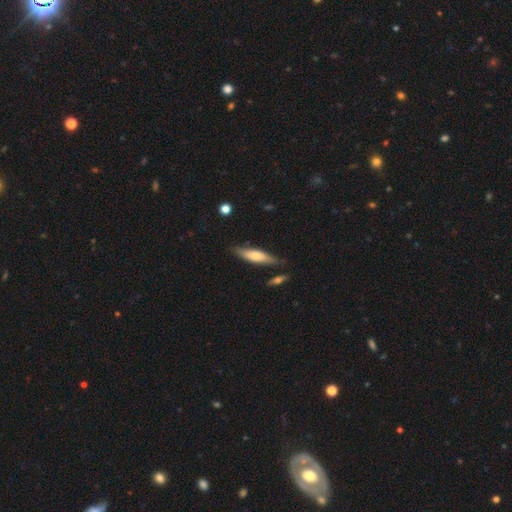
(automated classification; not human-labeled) Morphology: type=smooth (57%); roundness=cigar-shaped (69%); merging=none (79%).